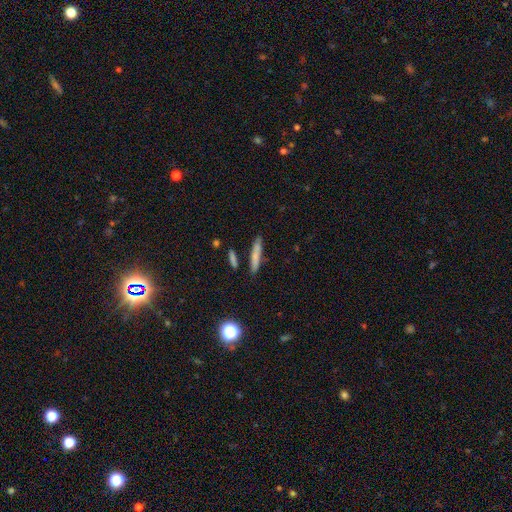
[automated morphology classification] Smooth or featured? Predicted: smooth (p=0.72). How rounded? Predicted: cigar-shaped (p=0.91). Merging? Predicted: none (p=0.84).